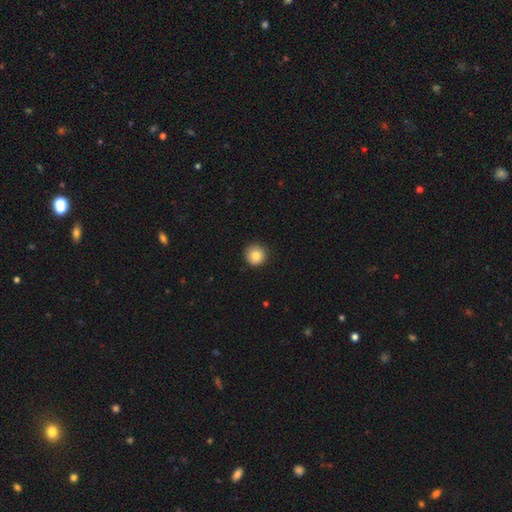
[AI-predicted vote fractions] Smooth or featured?
  - smooth: 85% *
  - star or artifact: 9%
  - featured or disk: 6%
How rounded?
  - round: 95% *
  - in between: 4%
  - cigar-shaped: 1%
Merging?
  - none: 91% *
  - minor disturbance: 7%
  - major disturbance: 2%
  - merger: 1%